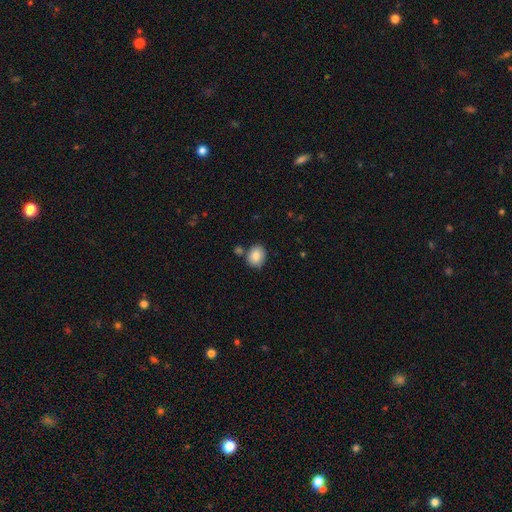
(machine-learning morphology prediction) Smooth or featured: smooth — 84% (star or artifact — 8%)
How rounded: round — 52% (in between — 47%)
Merging: none — 75% (minor disturbance — 12%)